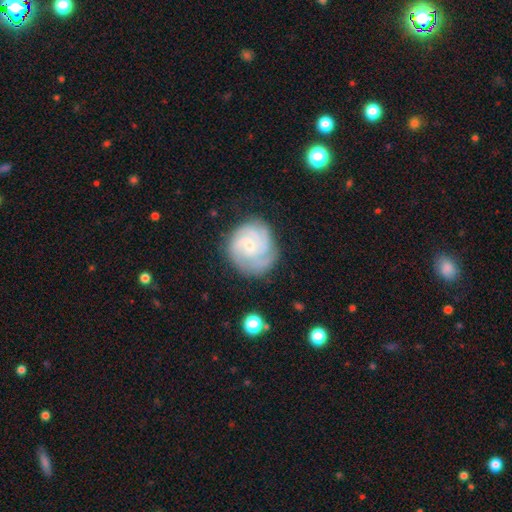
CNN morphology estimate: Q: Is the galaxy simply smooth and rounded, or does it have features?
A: featured or disk — 79%.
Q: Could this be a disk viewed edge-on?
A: no — 98%.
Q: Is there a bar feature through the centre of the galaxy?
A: no — 63%.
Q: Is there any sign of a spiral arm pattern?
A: yes — 96%.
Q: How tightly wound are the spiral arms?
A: tight — 64%.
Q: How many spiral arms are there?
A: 3 — 37%.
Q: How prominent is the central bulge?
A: small — 67%.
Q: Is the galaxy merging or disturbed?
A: none — 74%.